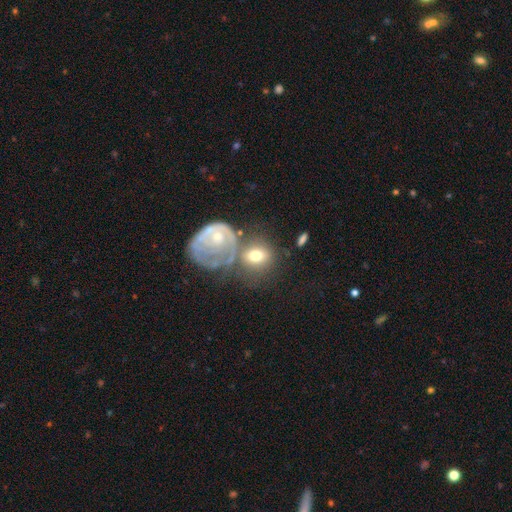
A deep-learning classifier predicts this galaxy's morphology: A smooth galaxy with no disk features (57%) that is round (60%).

Vote fractions:
- Smooth or featured? smooth: 57% / featured or disk: 35% / star or artifact: 8%
- How rounded? round: 60% / in between: 38% / cigar-shaped: 2%
- Merging? none: 39% / merger: 33% / minor disturbance: 16% / major disturbance: 12%